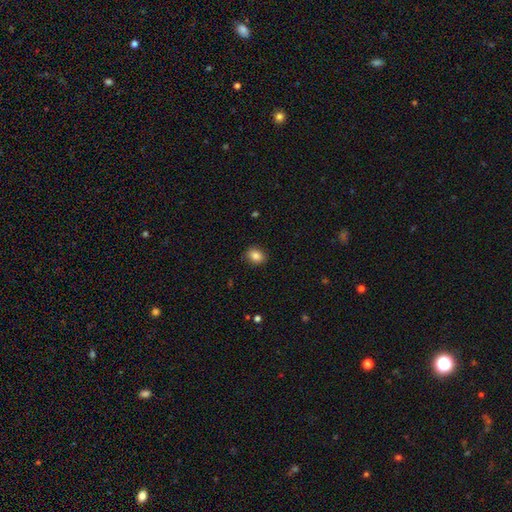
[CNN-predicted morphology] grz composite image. It shows a smooth galaxy with no disk features (84%) that is in between round and cigar-shaped (51%). Merging: none (88%).